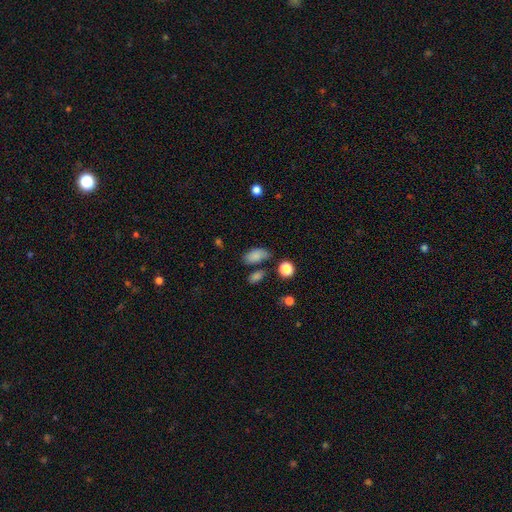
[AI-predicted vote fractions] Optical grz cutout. It shows a smooth galaxy with no disk features (82%) that is in between round and cigar-shaped (90%). Merging: none (61%).